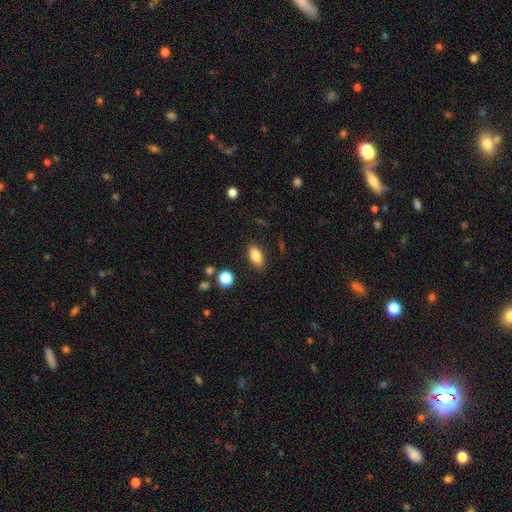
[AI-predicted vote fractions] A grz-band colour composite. It shows a smooth galaxy with no disk features (85%) that is in between round and cigar-shaped (89%). Merging: none (86%).